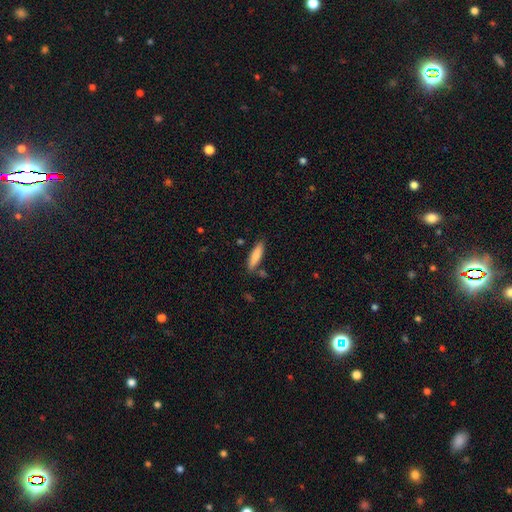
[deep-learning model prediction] Smooth or featured?
  - smooth: 82% *
  - featured or disk: 12%
  - star or artifact: 6%
How rounded?
  - cigar-shaped: 71% *
  - in between: 27%
  - round: 1%
Merging?
  - none: 81% *
  - minor disturbance: 12%
  - merger: 5%
  - major disturbance: 3%